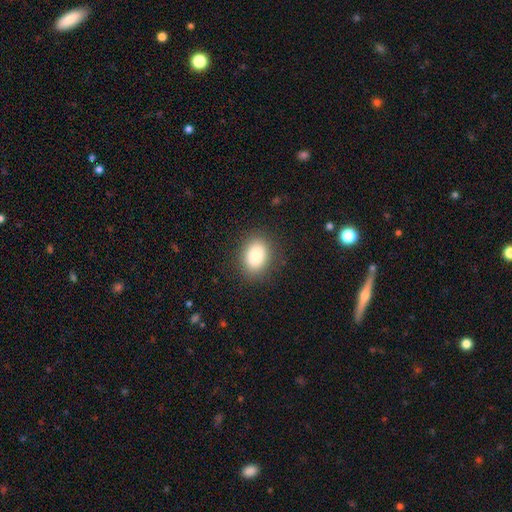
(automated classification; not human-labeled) smooth-or-featured: smooth: 86% | star or artifact: 8% | featured or disk: 6%
  how-rounded: in between: 70% | round: 28% | cigar-shaped: 1%
  merging: none: 86% | minor disturbance: 9% | major disturbance: 3% | merger: 1%